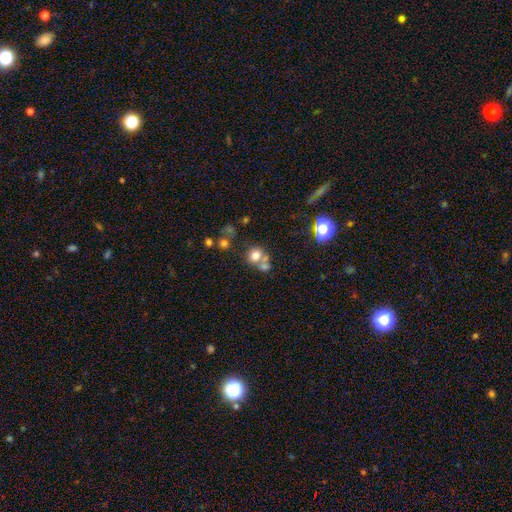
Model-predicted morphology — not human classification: smooth 72%, star or artifact 15%, featured or disk 14%. Down the decision tree: how rounded — round (74%); merging — none (43%).